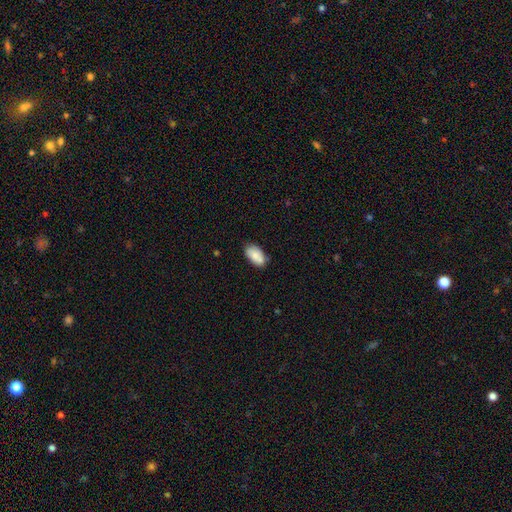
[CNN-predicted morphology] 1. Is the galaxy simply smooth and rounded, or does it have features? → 82% smooth, 11% featured or disk, 7% star or artifact.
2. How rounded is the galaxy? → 94% in between, 4% round, 2% cigar-shaped.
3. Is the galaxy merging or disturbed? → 69% none, 22% minor disturbance, 5% merger, 4% major disturbance.